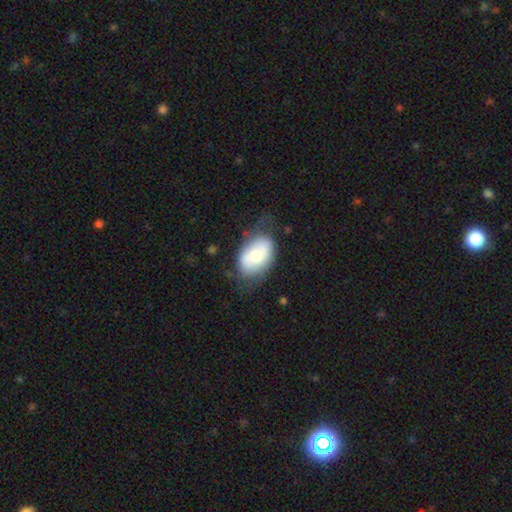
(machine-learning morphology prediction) Smooth or featured: smooth — 65% (featured or disk — 29%)
How rounded: in between — 86% (round — 12%)
Merging: none — 59% (minor disturbance — 26%)